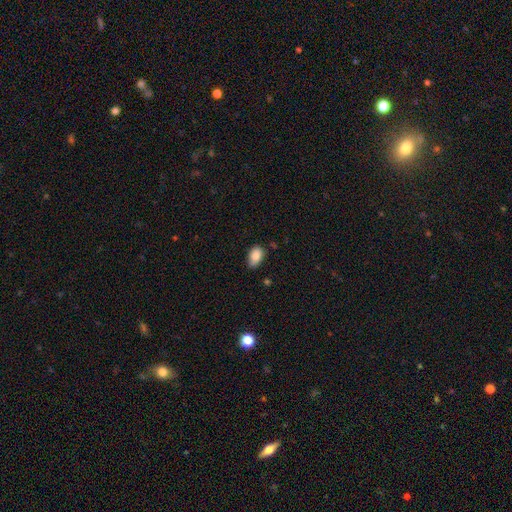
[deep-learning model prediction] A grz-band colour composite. It shows a smooth galaxy with no disk features (87%) that is in between round and cigar-shaped (88%). Merging: none (65%).